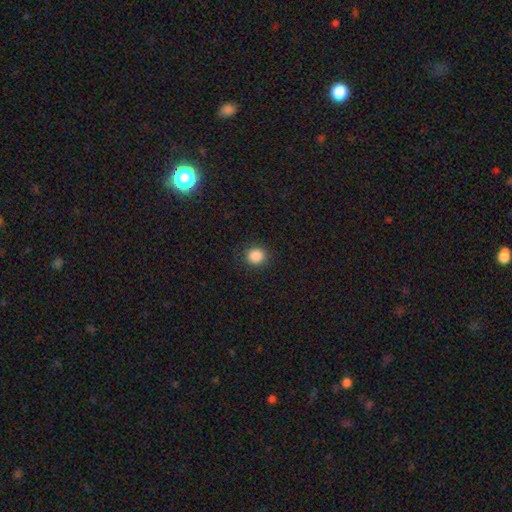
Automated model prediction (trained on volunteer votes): This is clearly a smooth galaxy (87%). How rounded: clearly round (87%). Merging: clearly none (89%).